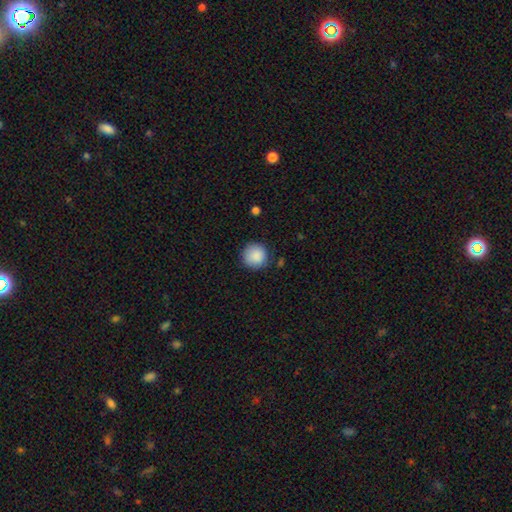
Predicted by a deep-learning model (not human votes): Smooth or featured? Predicted: smooth (p=0.88). How rounded? Predicted: round (p=0.95). Merging? Predicted: none (p=0.85).